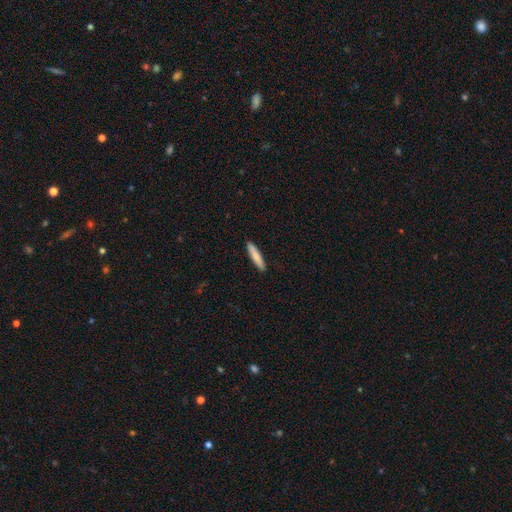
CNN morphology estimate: Q: Smooth or featured?
A: smooth (82%); runner-up: featured or disk (13%)
Q: How rounded?
A: cigar-shaped (91%); runner-up: in between (8%)
Q: Merging?
A: none (92%); runner-up: minor disturbance (6%)